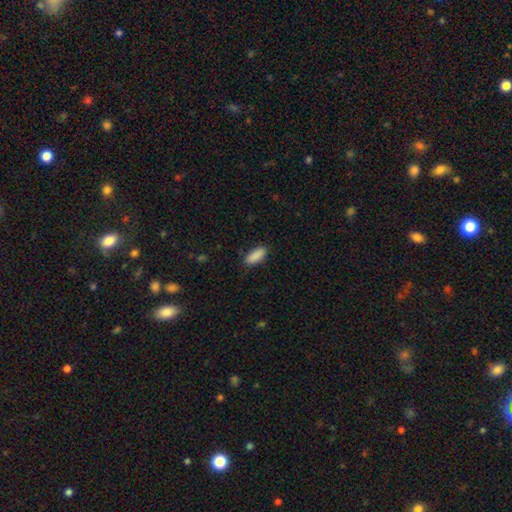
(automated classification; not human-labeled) Q: Smooth or featured?
A: smooth (90%); runner-up: star or artifact (7%)
Q: How rounded?
A: in between (77%); runner-up: cigar-shaped (21%)
Q: Merging?
A: none (86%); runner-up: minor disturbance (10%)